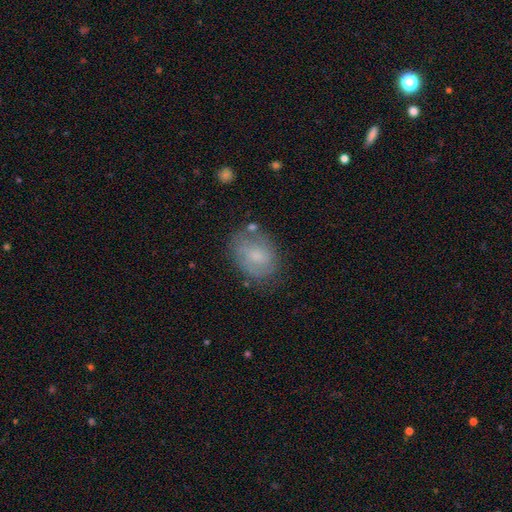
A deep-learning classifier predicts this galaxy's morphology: smooth-or-featured: smooth: 54% | featured or disk: 36% | star or artifact: 10%
  how-rounded: in between: 69% | round: 30% | cigar-shaped: 1%
  merging: none: 67% | minor disturbance: 21% | major disturbance: 8% | merger: 4%